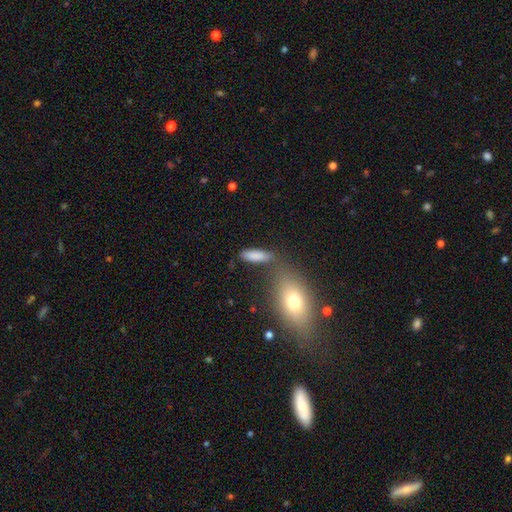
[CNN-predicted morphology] Smooth or featured? Predicted: smooth (p=0.83). How rounded? Predicted: in between (p=0.53). Merging? Predicted: none (p=0.61).